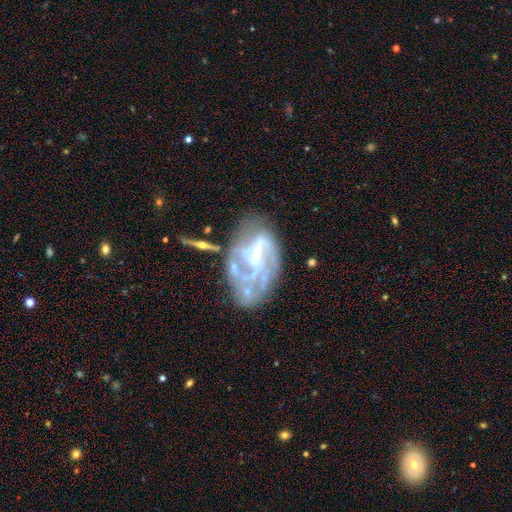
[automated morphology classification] Smooth or featured? Predicted: featured or disk (p=0.76). Edge-on disk? Predicted: no (p=0.97). Bar? Predicted: no (p=0.47). Spiral arms? Predicted: yes (p=0.64). Bulge size? Predicted: small (p=0.41). Merging? Predicted: none (p=0.34).